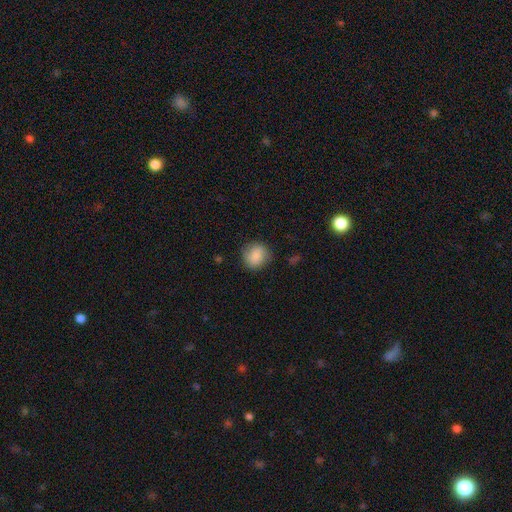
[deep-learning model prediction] The model was most divided on "merging": none: 83%, minor disturbance: 13%, major disturbance: 3%, merger: 1%. More confident: how rounded — round (86%); smooth or featured — smooth (83%).